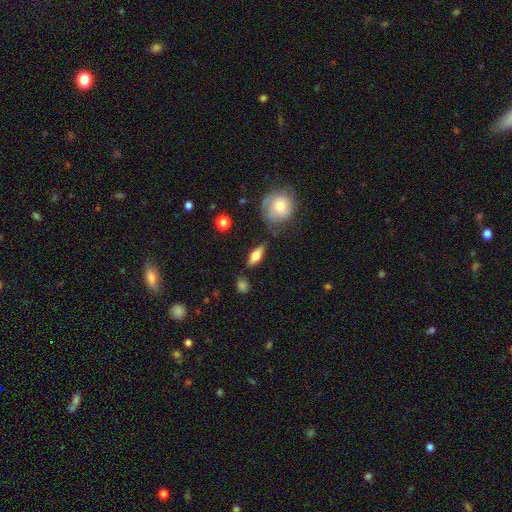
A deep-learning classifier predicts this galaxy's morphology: Smooth or featured: smooth — 56% (featured or disk — 38%)
How rounded: in between — 63% (cigar-shaped — 32%)
Merging: none — 75% (minor disturbance — 16%)